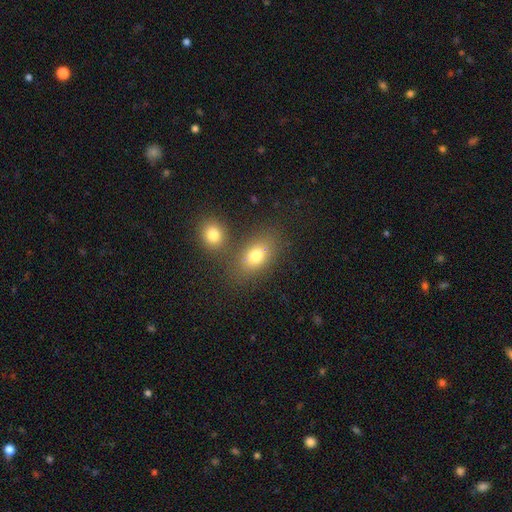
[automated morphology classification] The model was most divided on "merging": none: 62%, merger: 22%, minor disturbance: 11%, major disturbance: 5%. More confident: how rounded — in between (75%); smooth or featured — smooth (75%).